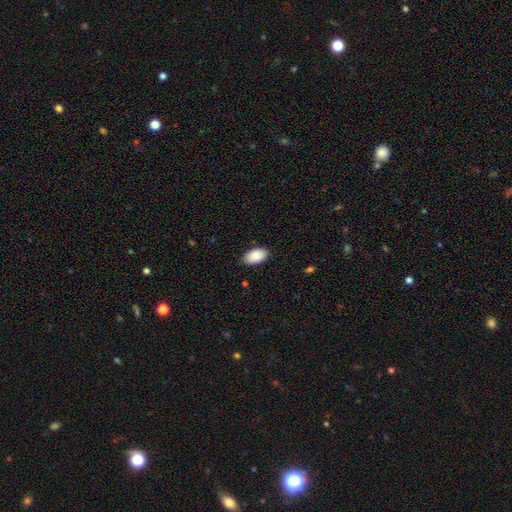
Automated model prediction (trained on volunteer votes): Q: Smooth or featured?
A: smooth (89%); runner-up: star or artifact (6%)
Q: How rounded?
A: in between (95%); runner-up: round (3%)
Q: Merging?
A: none (85%); runner-up: minor disturbance (12%)